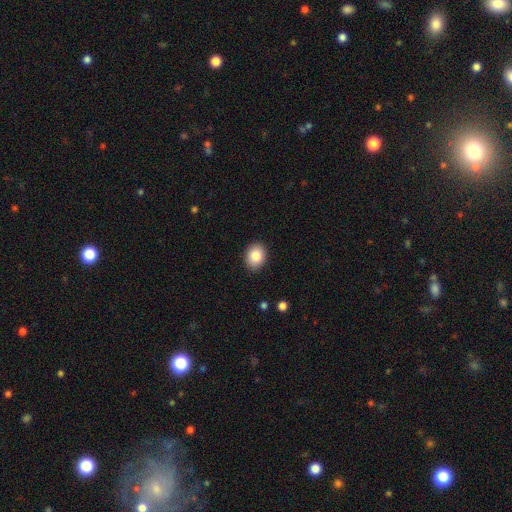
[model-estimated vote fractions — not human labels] smooth_or_featured: smooth (p=0.85) [alt: star or artifact p=0.08]
how_rounded: in between (p=0.57) [alt: round p=0.42]
merging: none (p=0.89) [alt: minor disturbance p=0.08]